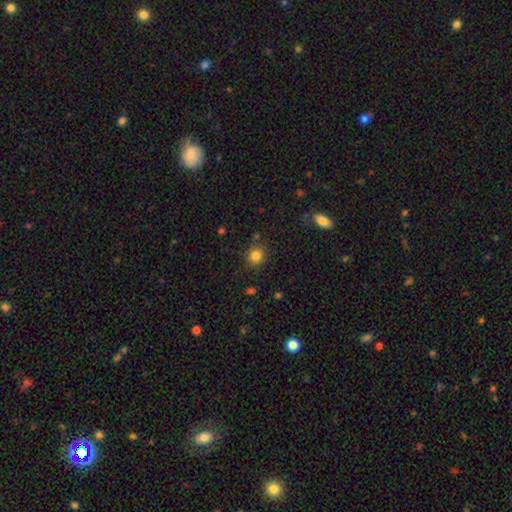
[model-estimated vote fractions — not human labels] smooth_or_featured: smooth (p=0.83) [alt: star or artifact p=0.12]
how_rounded: round (p=0.90) [alt: in between p=0.09]
merging: none (p=0.85) [alt: minor disturbance p=0.09]